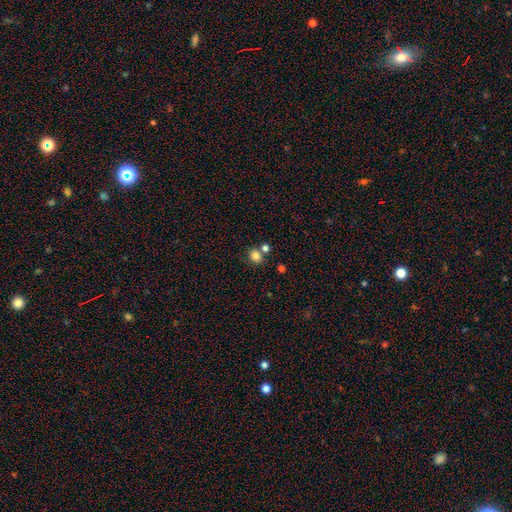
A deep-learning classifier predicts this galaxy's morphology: Smooth or featured? smooth (82%)
How rounded? round (62%)
Merging? none (63%)